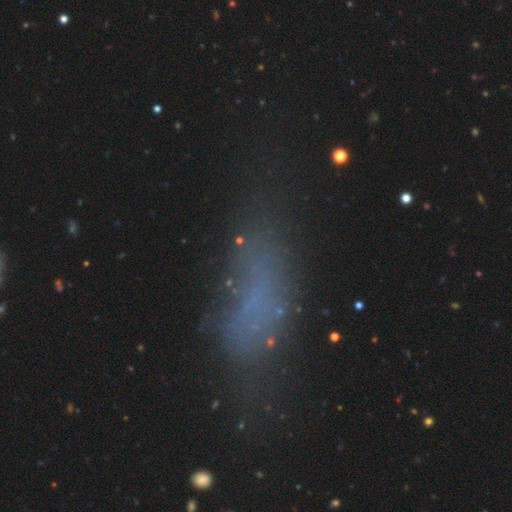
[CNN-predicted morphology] smooth_or_featured: smooth (p=0.48) [alt: star or artifact p=0.26]
merging: none (p=0.48) [alt: major disturbance p=0.24]